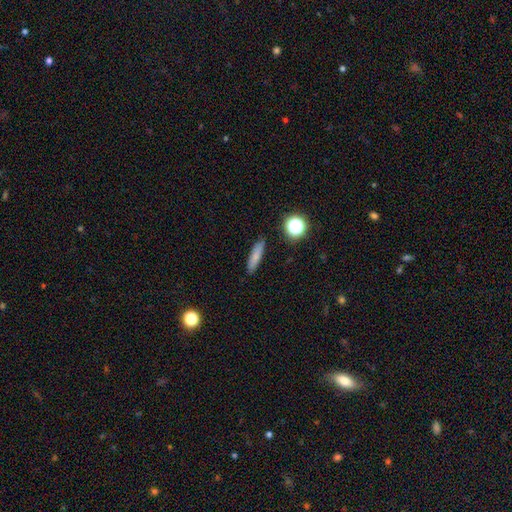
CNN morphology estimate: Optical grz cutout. It shows a smooth galaxy with no disk features (76%) that is cigar-shaped (77%). Merging: none (88%).